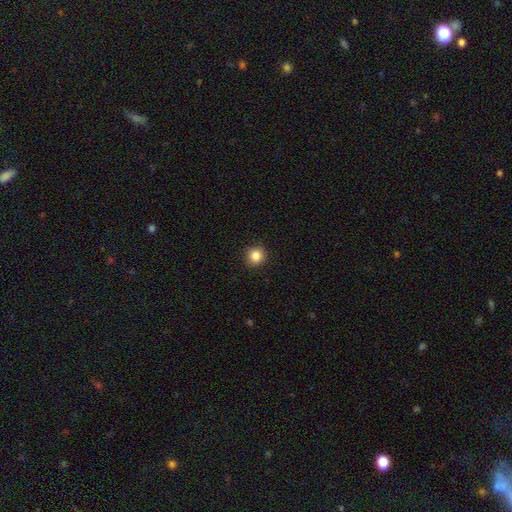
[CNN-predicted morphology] Smooth or featured?
  - smooth: 85% *
  - star or artifact: 11%
  - featured or disk: 4%
How rounded?
  - round: 91% *
  - in between: 8%
  - cigar-shaped: 1%
Merging?
  - none: 92% *
  - minor disturbance: 5%
  - major disturbance: 2%
  - merger: 1%